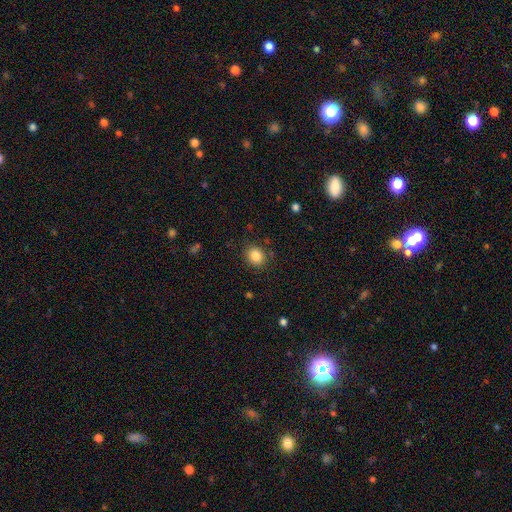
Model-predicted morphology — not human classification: type=smooth (85%); roundness=round (69%); merging=none (85%).